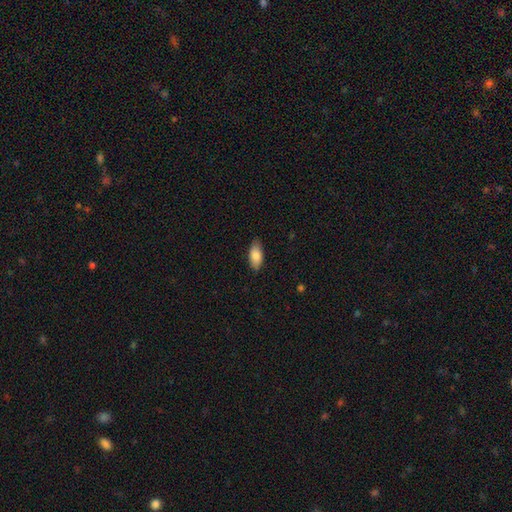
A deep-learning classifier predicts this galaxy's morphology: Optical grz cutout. It shows a smooth galaxy with no disk features (83%) that is in between round and cigar-shaped (89%). Merging: none (84%).